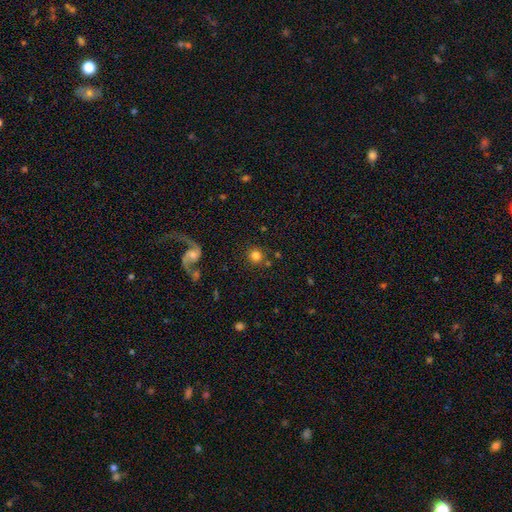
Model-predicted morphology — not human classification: Q: Smooth or featured?
A: smooth (78%); runner-up: star or artifact (11%)
Q: How rounded?
A: round (92%); runner-up: in between (7%)
Q: Merging?
A: none (80%); runner-up: minor disturbance (8%)